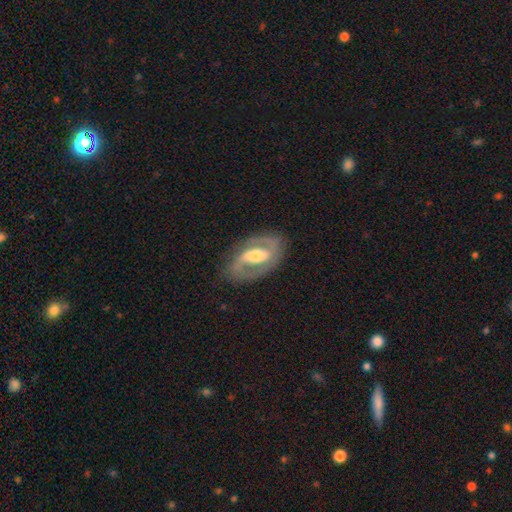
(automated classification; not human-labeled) Overall: featured or disk (84%). Edge-on disk: no (95%). Bar: strong (45%; weak 37%). Spiral arms: yes (88%). Spiral arm count: 2 (89%). Spiral winding: medium (53%; tight 31%). Bulge size: moderate (63%). Merging: none (80%).